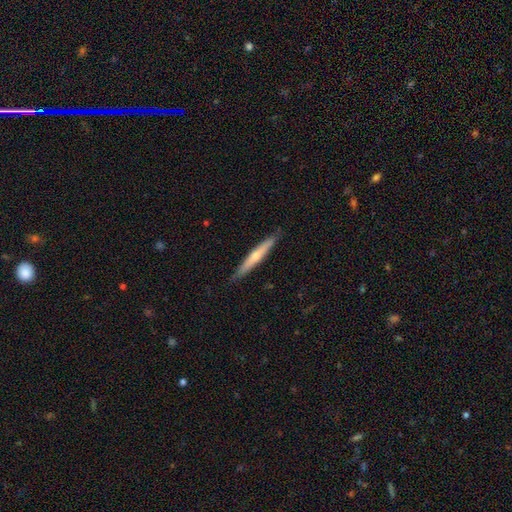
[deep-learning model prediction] smooth-or-featured: featured or disk: 52% | smooth: 43% | star or artifact: 5%
  disk-edge-on: yes: 95% | no: 5%
  merging: none: 89% | minor disturbance: 9% | major disturbance: 1% | merger: 1%